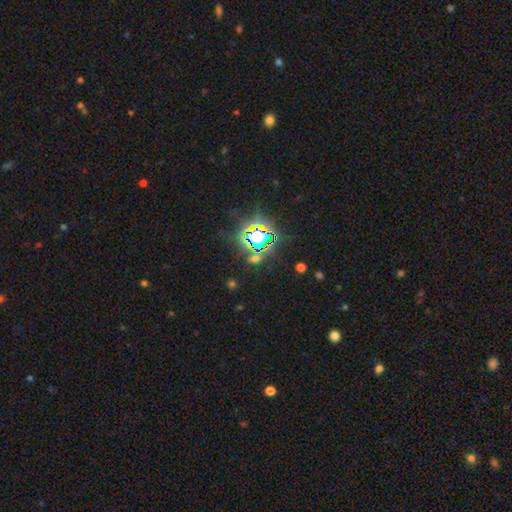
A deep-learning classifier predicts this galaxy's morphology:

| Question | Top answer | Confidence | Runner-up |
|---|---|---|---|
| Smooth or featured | star or artifact | 77% | smooth (15%) |